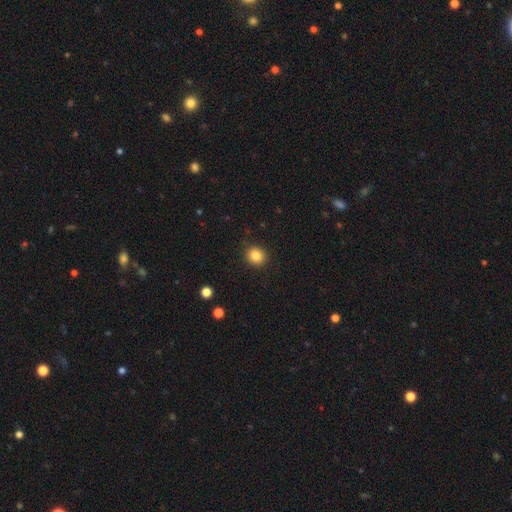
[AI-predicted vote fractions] Smooth or featured: smooth — 85% (star or artifact — 10%)
How rounded: round — 84% (in between — 15%)
Merging: none — 91% (minor disturbance — 6%)